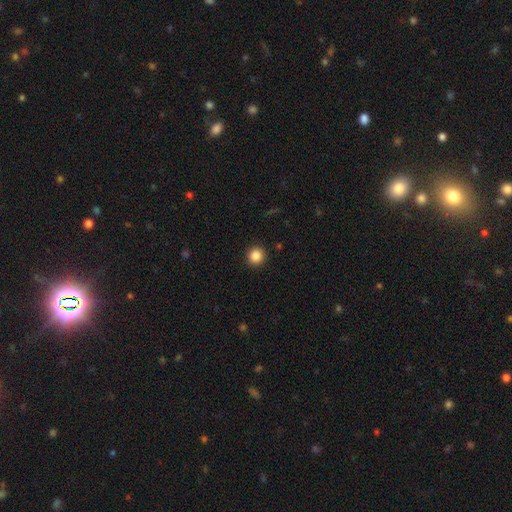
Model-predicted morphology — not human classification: smooth-or-featured: smooth: 86% | star or artifact: 11% | featured or disk: 4%
  how-rounded: round: 93% | in between: 6% | cigar-shaped: 1%
  merging: none: 92% | minor disturbance: 5% | major disturbance: 2% | merger: 1%